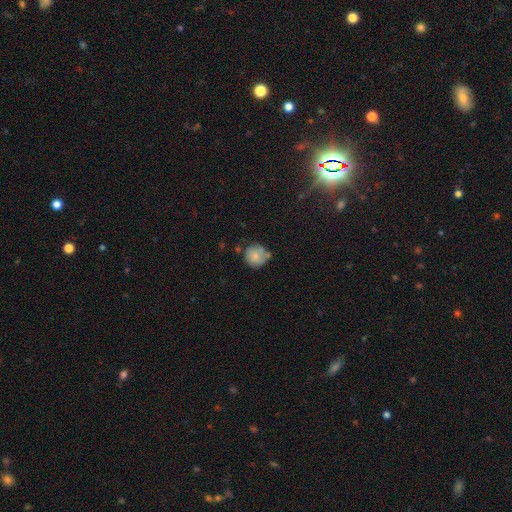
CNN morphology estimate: Q: Smooth or featured?
A: smooth (71%); runner-up: featured or disk (20%)
Q: How rounded?
A: round (89%); runner-up: in between (10%)
Q: Merging?
A: none (59%); runner-up: minor disturbance (25%)